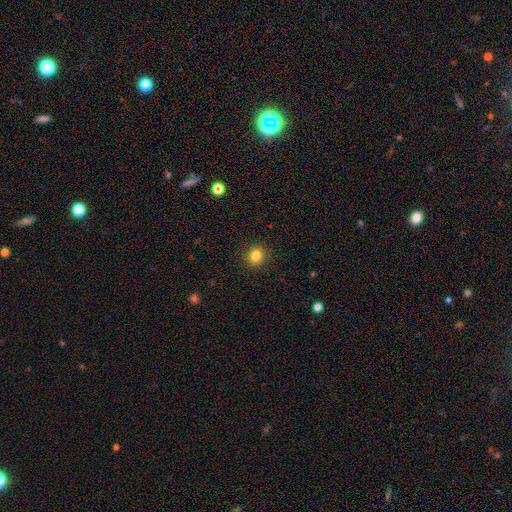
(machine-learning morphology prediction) Smooth or featured? Predicted: smooth (p=0.84). How rounded? Predicted: round (p=0.86). Merging? Predicted: none (p=0.91).